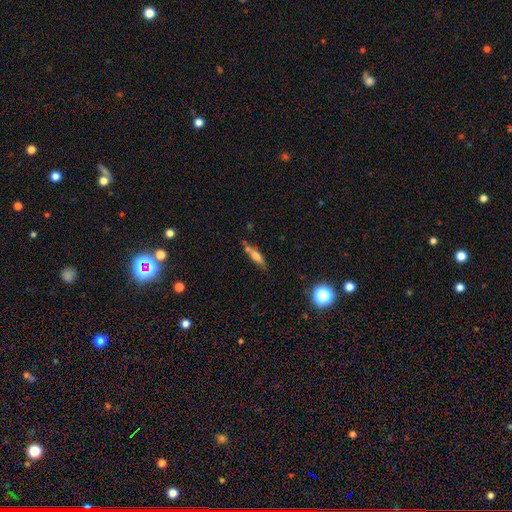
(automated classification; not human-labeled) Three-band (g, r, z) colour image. It shows a smooth galaxy with no disk features (68%) that is cigar-shaped (56%). Merging: none (57%).